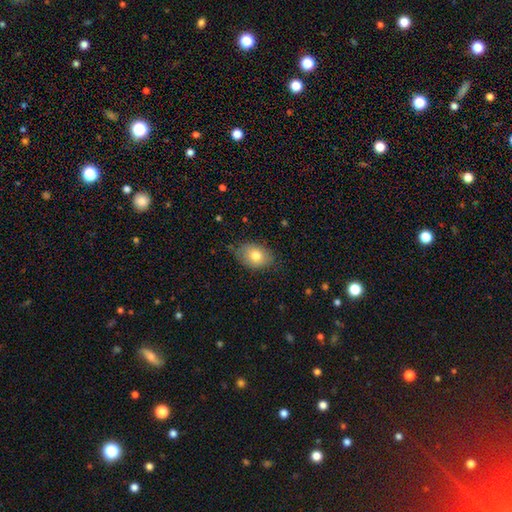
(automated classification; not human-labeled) Q: Smooth or featured?
A: smooth (76%); runner-up: featured or disk (15%)
Q: How rounded?
A: in between (72%); runner-up: round (27%)
Q: Merging?
A: none (72%); runner-up: minor disturbance (23%)